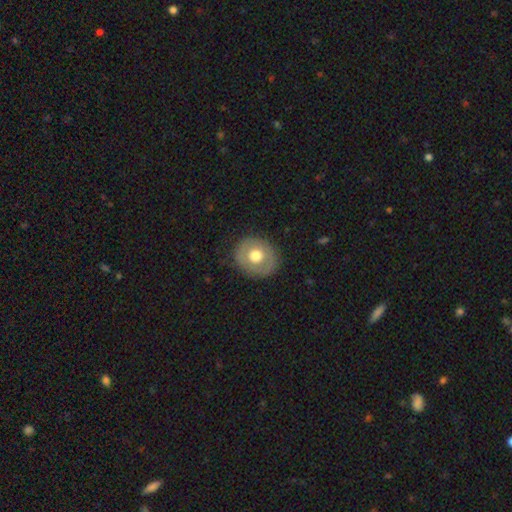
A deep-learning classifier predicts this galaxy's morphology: Overall: smooth (57%; featured or disk 36%). How rounded: round (76%). Merging: none (84%).